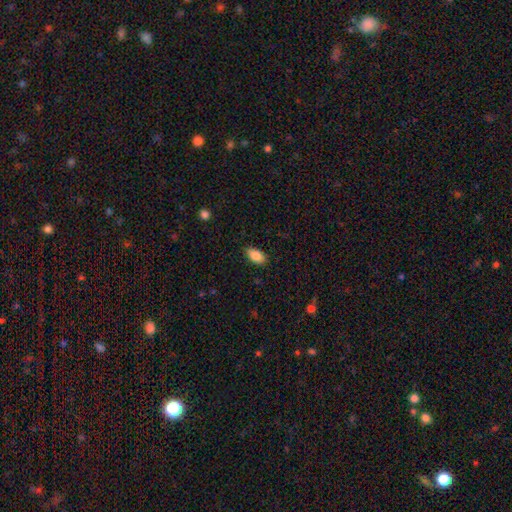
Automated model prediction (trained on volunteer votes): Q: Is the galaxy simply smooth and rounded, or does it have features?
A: smooth — 84%.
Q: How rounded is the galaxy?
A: in between — 92%.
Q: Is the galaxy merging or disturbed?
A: none — 85%.